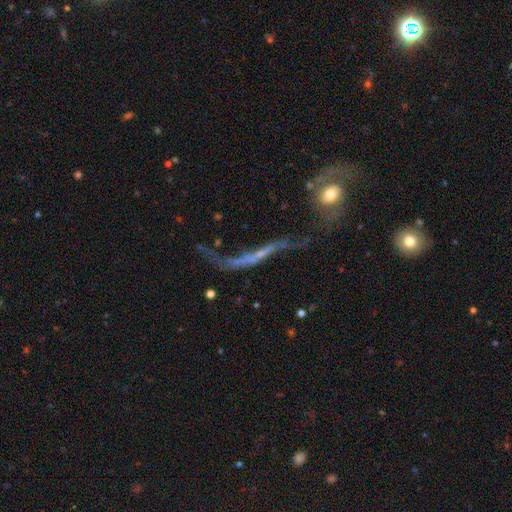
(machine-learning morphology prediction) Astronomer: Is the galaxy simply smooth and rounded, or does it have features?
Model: featured or disk — 68%.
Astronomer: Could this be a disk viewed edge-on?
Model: no — 64%.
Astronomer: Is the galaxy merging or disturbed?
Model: major disturbance — 35% (runner-up: none, 28%).